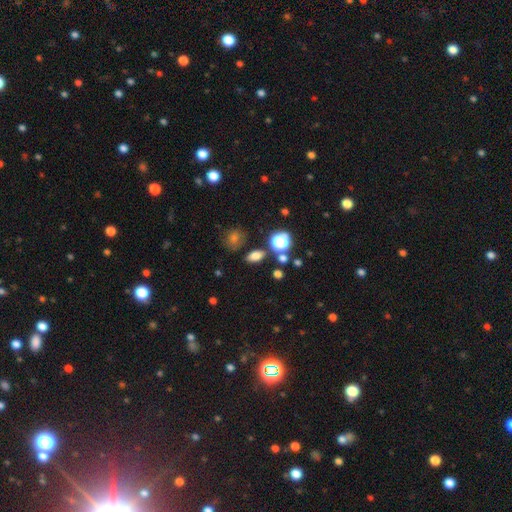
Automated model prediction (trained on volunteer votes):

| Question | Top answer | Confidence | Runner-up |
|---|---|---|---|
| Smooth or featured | smooth | 71% | star or artifact (20%) |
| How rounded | in between | 77% | round (19%) |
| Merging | none | 80% | minor disturbance (11%) |